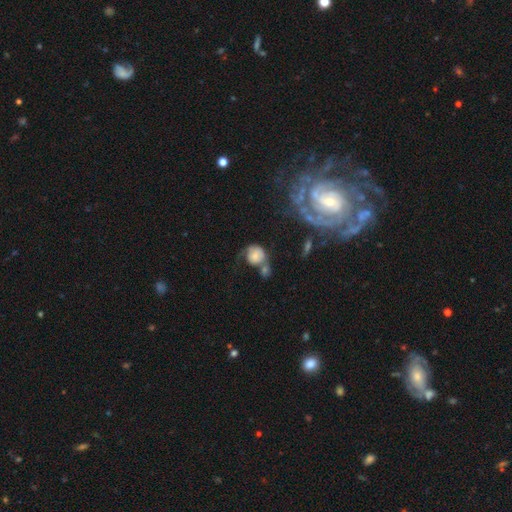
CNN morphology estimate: Smooth or featured? Predicted: smooth (p=0.55). How rounded? Predicted: round (p=0.75). Merging? Predicted: merger (p=0.36).